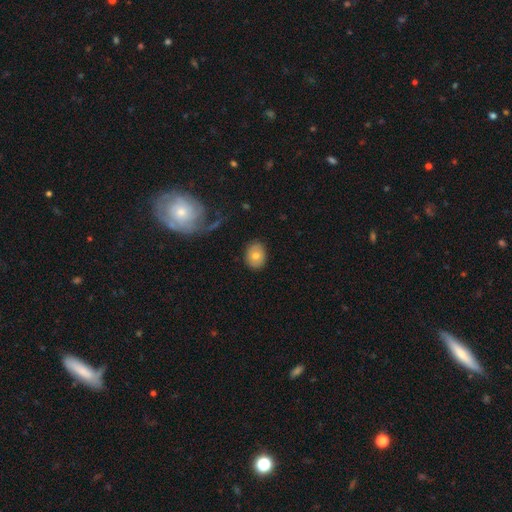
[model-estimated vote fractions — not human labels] This is likely a smooth galaxy (72%). How rounded: possibly in between (56%). Merging: clearly none (85%).